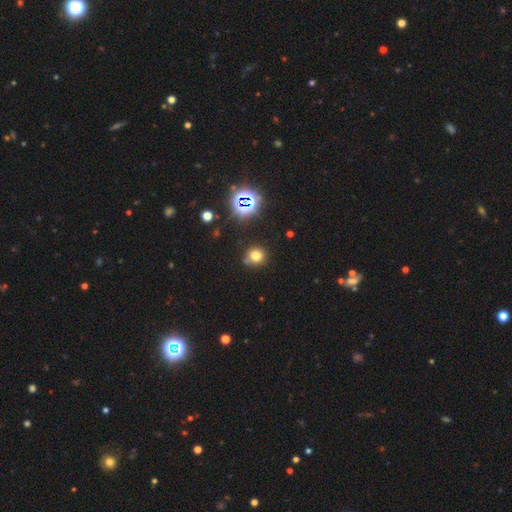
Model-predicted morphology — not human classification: smooth-or-featured: smooth: 72% | star or artifact: 21% | featured or disk: 7%
  how-rounded: round: 87% | in between: 12% | cigar-shaped: 1%
  merging: none: 71% | minor disturbance: 15% | merger: 10% | major disturbance: 4%